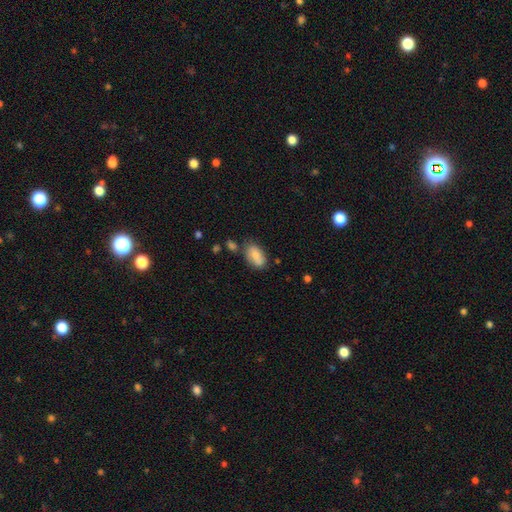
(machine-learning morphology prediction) This appears to be a smooth galaxy with no disk features (82%) that is in between round and cigar-shaped (91%). Merging: none (66%).